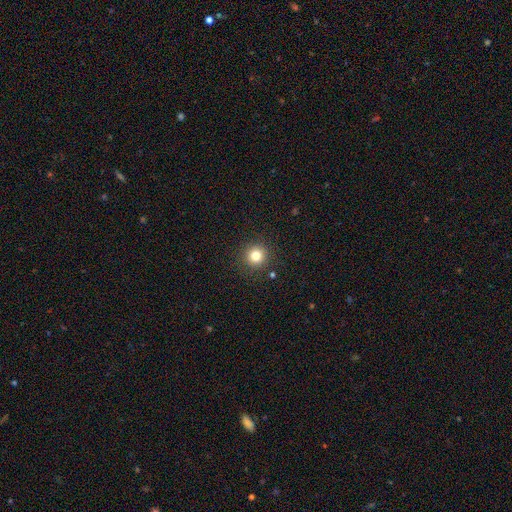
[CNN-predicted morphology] A smooth galaxy with no disk features (81%) that is round (94%). Merging: none (90%).